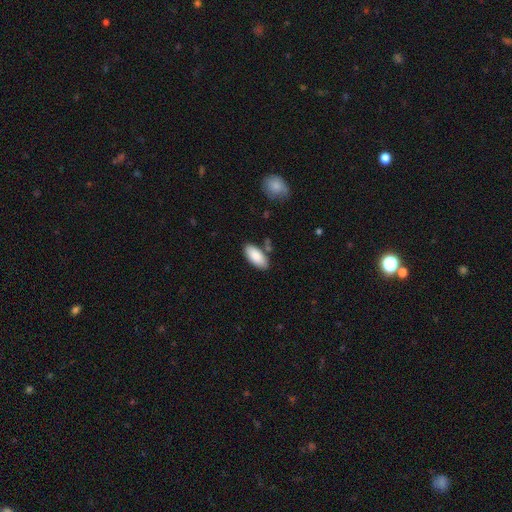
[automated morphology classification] Overall: smooth (87%). How rounded: in between (91%). Merging: none (80%).